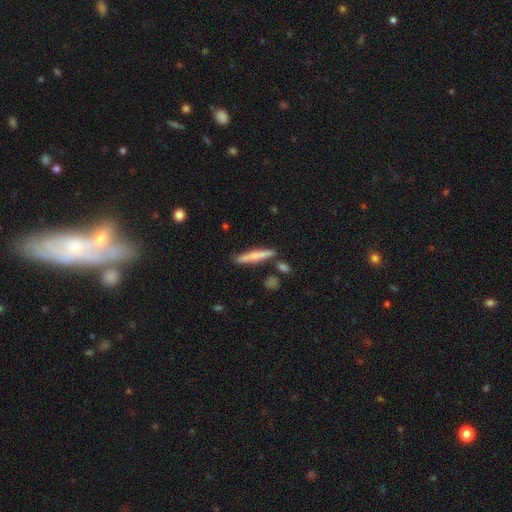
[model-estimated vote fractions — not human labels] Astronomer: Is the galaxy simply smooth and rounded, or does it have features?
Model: smooth — 61%.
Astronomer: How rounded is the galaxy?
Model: cigar-shaped — 91%.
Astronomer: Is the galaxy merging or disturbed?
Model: none — 78%.